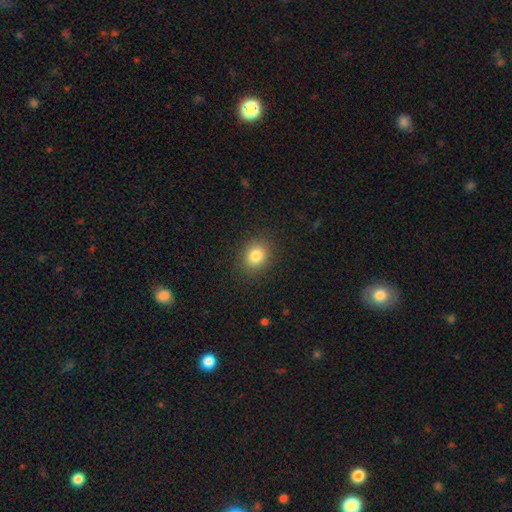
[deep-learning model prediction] Overall: smooth (83%). How rounded: round (66%; in between 33%). Merging: none (89%).